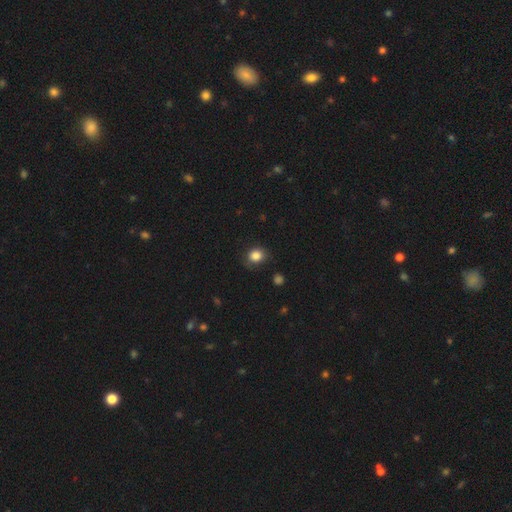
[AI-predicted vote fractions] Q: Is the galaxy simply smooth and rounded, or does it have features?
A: smooth — 85%.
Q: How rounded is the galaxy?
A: round — 71%.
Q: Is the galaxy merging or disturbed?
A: none — 79%.